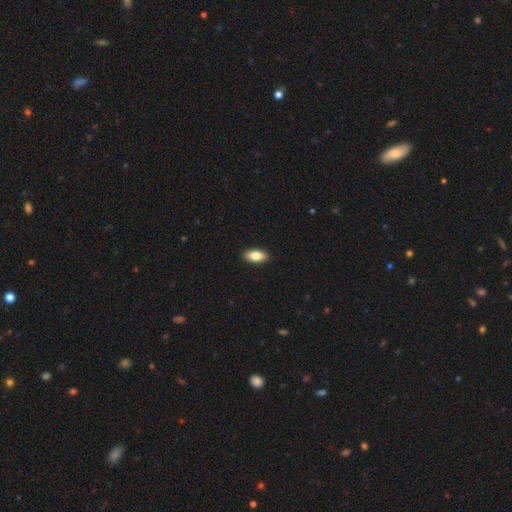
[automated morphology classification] Smooth or featured? Predicted: smooth (p=0.82). How rounded? Predicted: in between (p=0.89). Merging? Predicted: none (p=0.91).